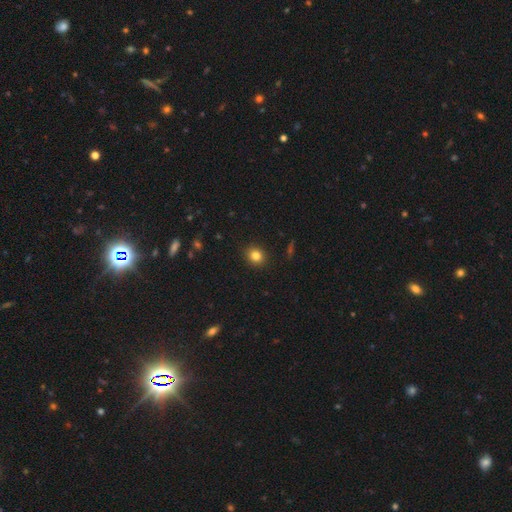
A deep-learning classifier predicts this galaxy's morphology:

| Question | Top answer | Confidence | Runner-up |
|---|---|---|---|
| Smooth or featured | smooth | 82% | star or artifact (12%) |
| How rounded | round | 79% | in between (20%) |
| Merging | none | 90% | minor disturbance (7%) |